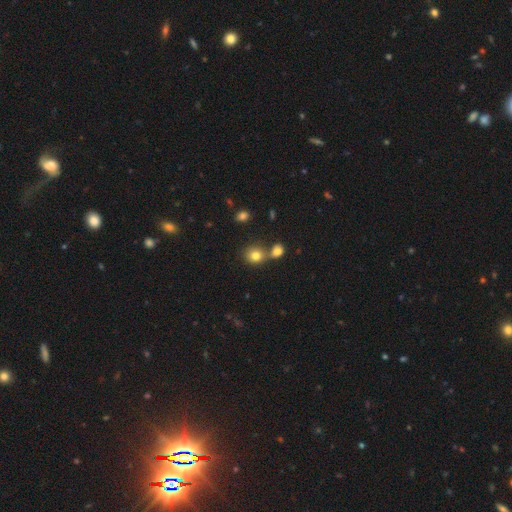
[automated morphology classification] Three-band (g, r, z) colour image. It shows a smooth galaxy with no disk features (79%) that is round (78%). Merging: none (56%).